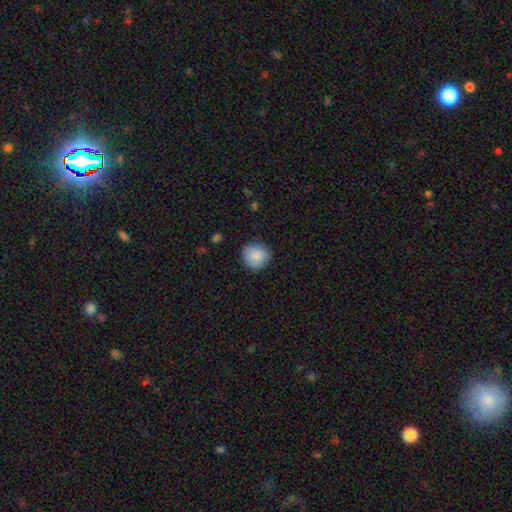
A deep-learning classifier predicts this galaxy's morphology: type=smooth (88%); roundness=round (91%); merging=none (85%).